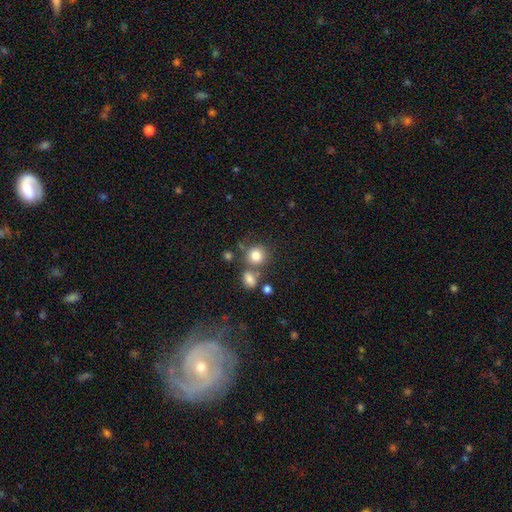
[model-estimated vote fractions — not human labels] Morphology: type=smooth (81%); roundness=round (85%); merging=none (61%).